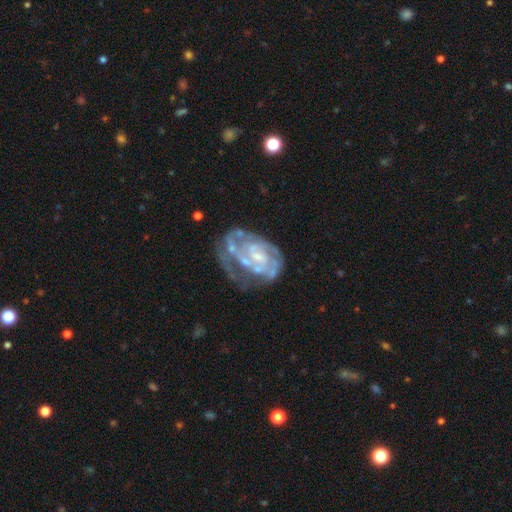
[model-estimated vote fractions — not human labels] Smooth or featured? Predicted: featured or disk (p=0.77). Edge-on disk? Predicted: no (p=0.97). Bar? Predicted: no (p=0.55). Spiral arms? Predicted: yes (p=0.80). Spiral winding? Predicted: tight (p=0.57). Spiral arm count? Predicted: can't tell (p=0.38). Bulge size? Predicted: small (p=0.60). Merging? Predicted: none (p=0.51).